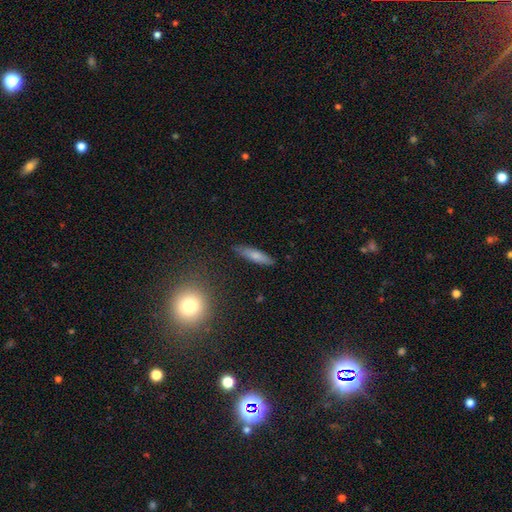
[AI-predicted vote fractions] Overall: smooth (73%). How rounded: cigar-shaped (78%). Merging: none (86%).